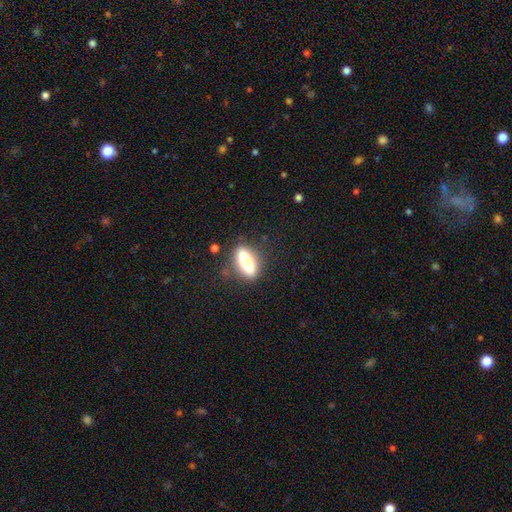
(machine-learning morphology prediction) smooth 69%, featured or disk 22%, star or artifact 9%. Down the decision tree: how rounded — in between (50%); merging — none (79%).